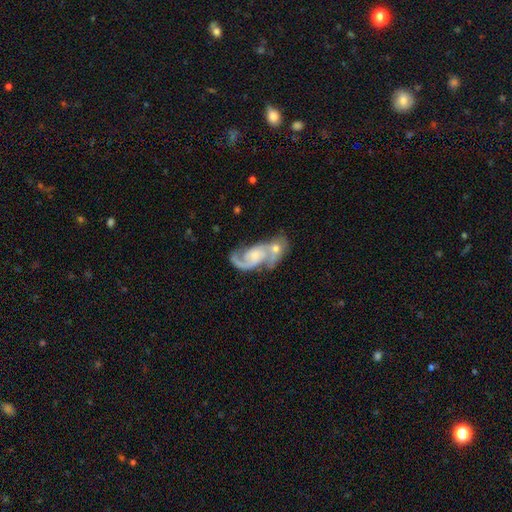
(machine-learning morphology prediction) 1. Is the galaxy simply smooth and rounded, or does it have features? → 85% featured or disk, 10% smooth, 5% star or artifact.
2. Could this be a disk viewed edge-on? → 97% no, 3% yes.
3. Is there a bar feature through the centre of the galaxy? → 58% no, 33% weak, 8% strong.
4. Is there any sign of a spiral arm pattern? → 95% yes, 5% no.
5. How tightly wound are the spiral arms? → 50% medium, 30% loose, 20% tight.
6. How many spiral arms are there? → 79% 2, 13% 1, 4% can't tell, 2% 3, 1% 4, 1% more than 4.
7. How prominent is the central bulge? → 46% small, 32% moderate, 15% none, 5% large, 2% dominant.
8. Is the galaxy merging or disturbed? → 57% merger, 22% none, 10% major disturbance, 10% minor disturbance.